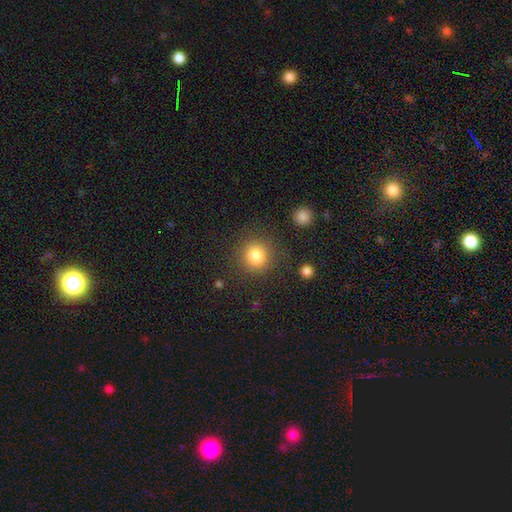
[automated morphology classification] A smooth galaxy with no disk features (83%) that is round (91%).

Vote fractions:
- Smooth or featured? smooth: 83% / star or artifact: 11% / featured or disk: 6%
- How rounded? round: 91% / in between: 8% / cigar-shaped: 1%
- Merging? none: 85% / minor disturbance: 8% / major disturbance: 4% / merger: 3%